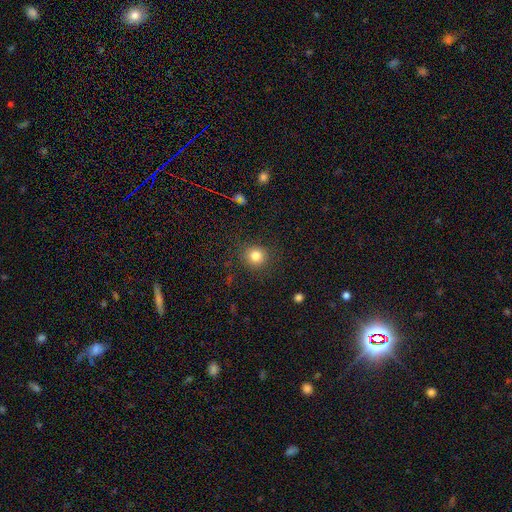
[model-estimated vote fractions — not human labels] smooth_or_featured: smooth (p=0.82) [alt: star or artifact p=0.12]
how_rounded: round (p=0.90) [alt: in between p=0.09]
merging: none (p=0.89) [alt: minor disturbance p=0.07]